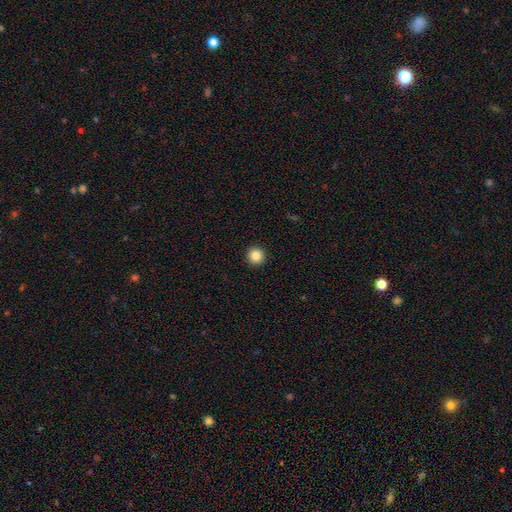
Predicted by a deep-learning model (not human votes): smooth_or_featured: smooth (p=0.85) [alt: star or artifact p=0.11]
how_rounded: round (p=0.96) [alt: in between p=0.03]
merging: none (p=0.94) [alt: minor disturbance p=0.04]